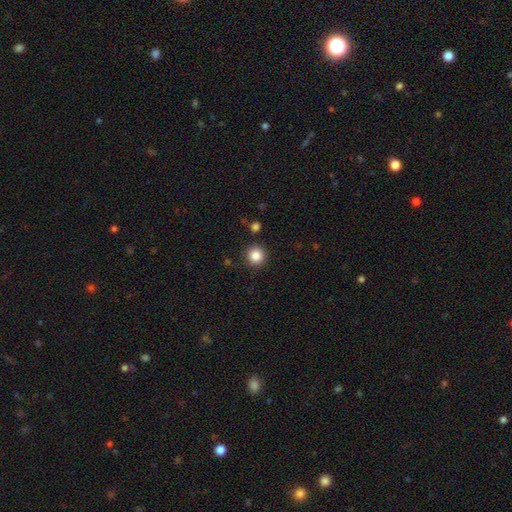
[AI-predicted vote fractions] This appears to be a smooth galaxy with no disk features (86%) that is round (95%). Merging: none (89%).